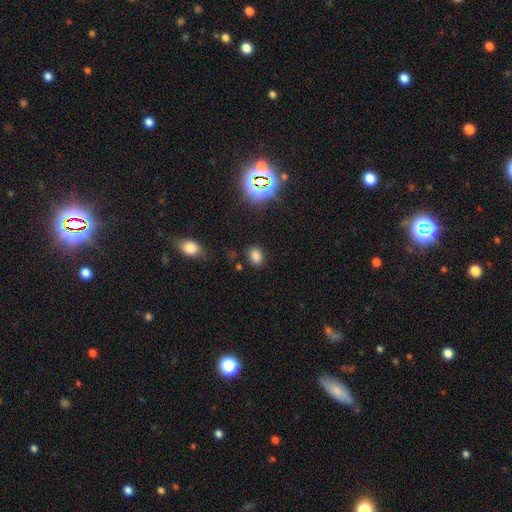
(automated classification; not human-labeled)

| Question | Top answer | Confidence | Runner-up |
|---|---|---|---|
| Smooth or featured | smooth | 76% | star or artifact (19%) |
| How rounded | in between | 68% | round (30%) |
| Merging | none | 83% | minor disturbance (11%) |